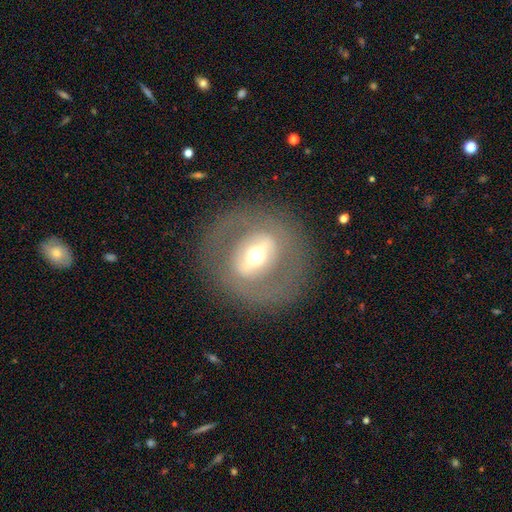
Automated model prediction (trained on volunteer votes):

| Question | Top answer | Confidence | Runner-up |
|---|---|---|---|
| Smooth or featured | featured or disk | 68% | smooth (25%) |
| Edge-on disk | no | 87% | yes (13%) |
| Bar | strong | 58% | weak (26%) |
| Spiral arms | no | 77% | yes (23%) |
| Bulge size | moderate | 62% | small (23%) |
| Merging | none | 81% | minor disturbance (10%) |